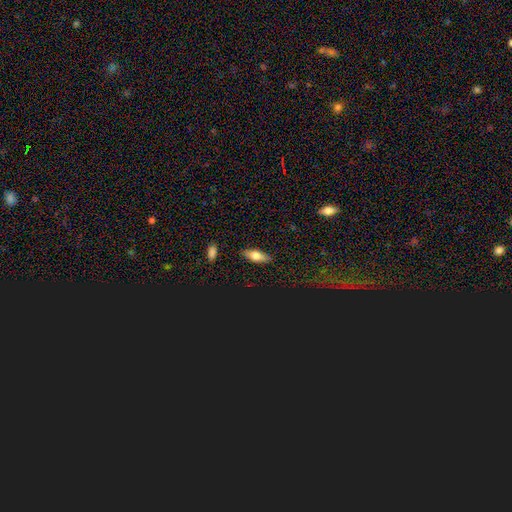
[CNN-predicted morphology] Q: Smooth or featured?
A: smooth (66%); runner-up: featured or disk (24%)
Q: How rounded?
A: in between (71%); runner-up: cigar-shaped (26%)
Q: Merging?
A: none (86%); runner-up: minor disturbance (10%)